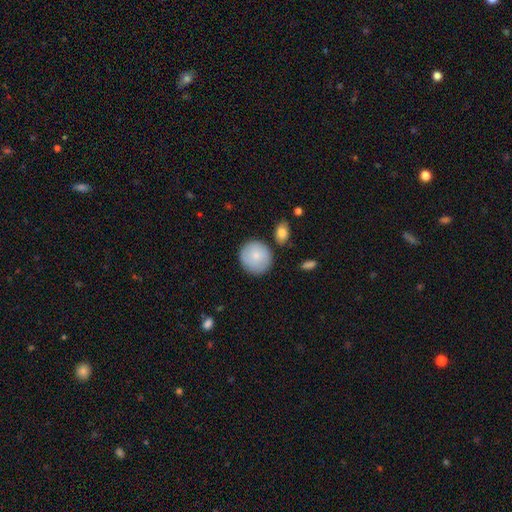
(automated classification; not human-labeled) Morphology: type=smooth (83%); roundness=round (91%); merging=none (80%).